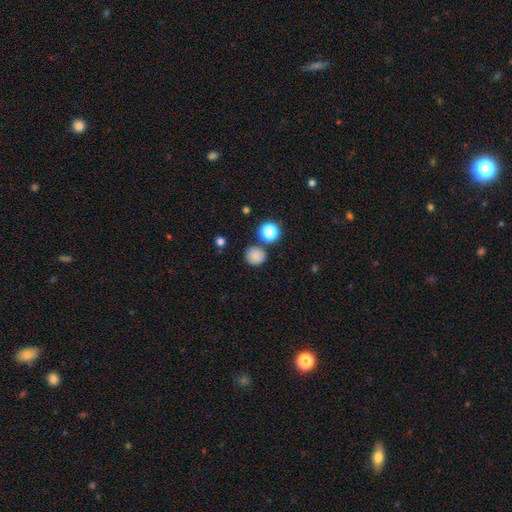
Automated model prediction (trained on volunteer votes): This is likely a smooth galaxy (80%). How rounded: clearly round (88%). Merging: likely none (75%).